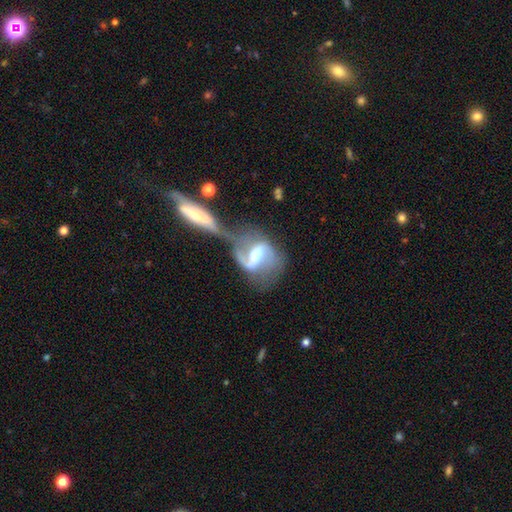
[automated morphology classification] A featured or disk galaxy (81%) with a weak bar (44%), 2 (86%) loose (54%) spiral arms (91%) and a moderate central bulge (41%). Merging: merger (64%).